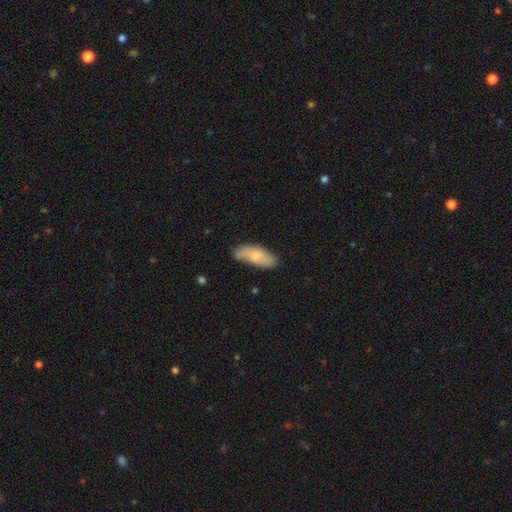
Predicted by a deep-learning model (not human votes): This appears to be a smooth galaxy with no disk features (72%) that is in between round and cigar-shaped (79%). Merging: none (69%).